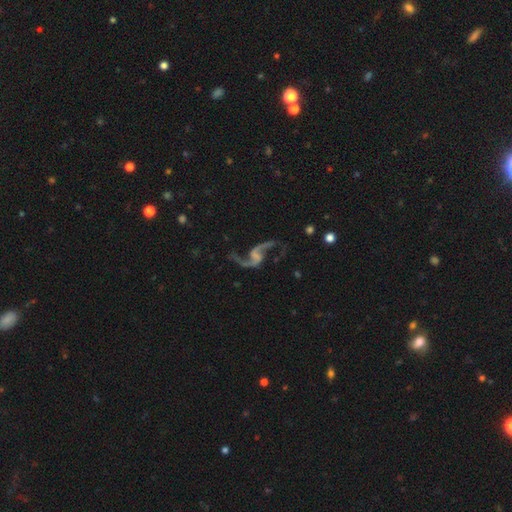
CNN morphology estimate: A featured or disk galaxy (91%) with a weak bar (41%), 2 (94%) loose (87%) spiral arms (97%) and no central bulge (64%).

Vote fractions:
- Smooth or featured? featured or disk: 91% / star or artifact: 6% / smooth: 4%
- Edge-on disk? no: 97% / yes: 3%
- Bar? weak: 41% / no: 40% / strong: 18%
- Spiral arms? yes: 97% / no: 3%
- Spiral winding? loose: 87% / medium: 11% / tight: 2%
- Spiral arm count? 2: 94% / 1: 2% / can't tell: 1% / 3: 1% / 4: 1% / more than 4: 1%
- Bulge size? none: 64% / small: 21% / moderate: 10% / large: 4% / dominant: 1%
- Merging? none: 68% / minor disturbance: 14% / major disturbance: 13% / merger: 4%